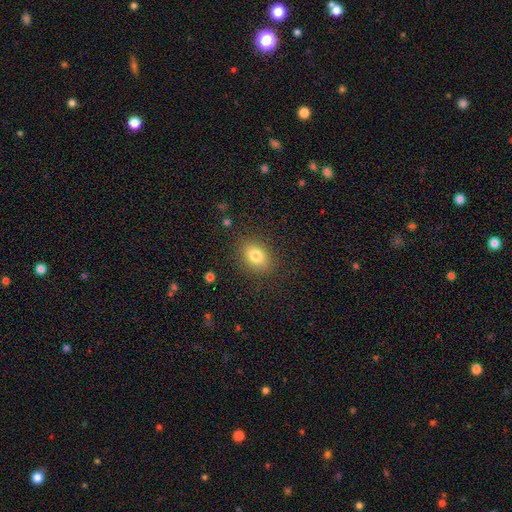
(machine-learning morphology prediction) Smooth or featured: smooth — 80% (star or artifact — 10%)
How rounded: in between — 63% (round — 36%)
Merging: none — 86% (minor disturbance — 10%)